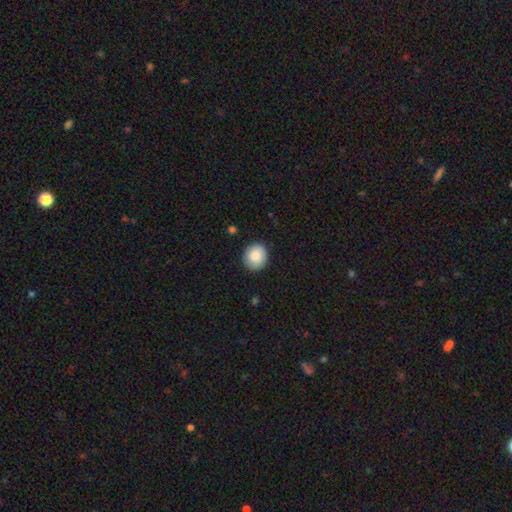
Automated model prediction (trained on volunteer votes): Smooth or featured?
  - smooth: 85% *
  - featured or disk: 8%
  - star or artifact: 7%
How rounded?
  - round: 82% *
  - in between: 17%
  - cigar-shaped: 1%
Merging?
  - none: 86% *
  - minor disturbance: 10%
  - major disturbance: 2%
  - merger: 1%